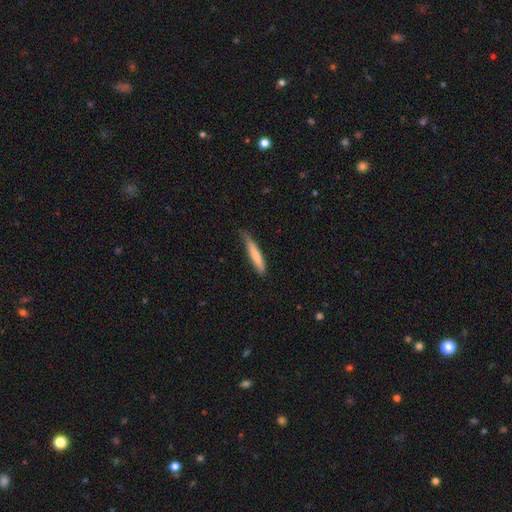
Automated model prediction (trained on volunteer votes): A smooth galaxy with no disk features (75%) that is cigar-shaped (91%).

Vote fractions:
- Smooth or featured? smooth: 75% / featured or disk: 20% / star or artifact: 5%
- How rounded? cigar-shaped: 91% / in between: 7% / round: 1%
- Merging? none: 67% / minor disturbance: 28% / major disturbance: 4% / merger: 1%